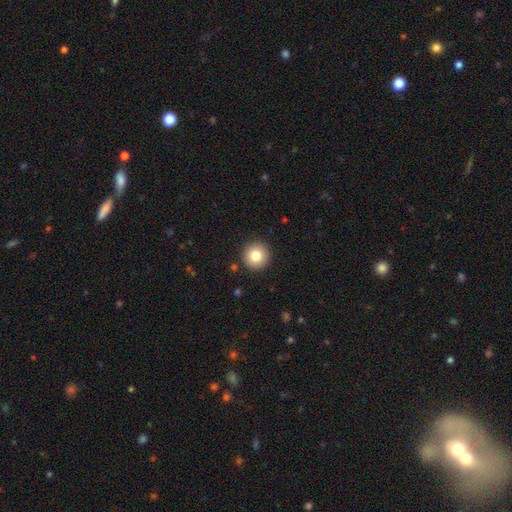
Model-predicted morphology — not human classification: This is clearly a smooth galaxy (82%). How rounded: clearly round (96%). Merging: clearly none (92%).